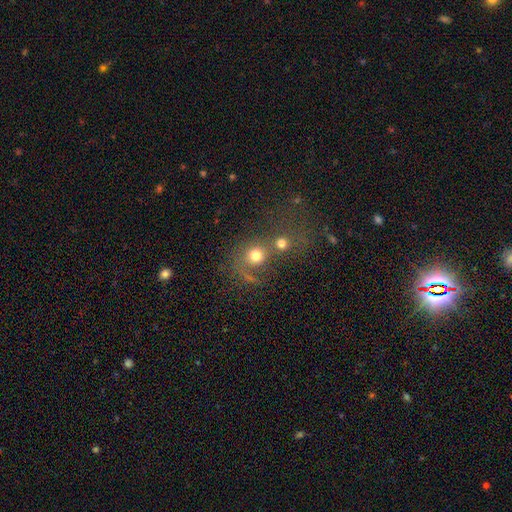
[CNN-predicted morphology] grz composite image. It shows a smooth galaxy with no disk features (68%) that is round (83%). Merging: merger (43%).